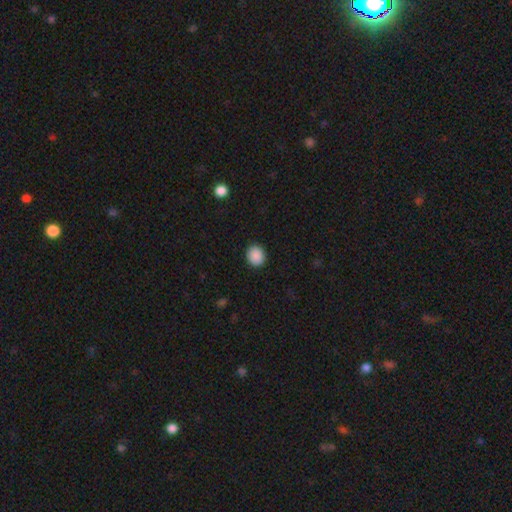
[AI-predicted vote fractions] smooth-or-featured: smooth: 90% | star or artifact: 8% | featured or disk: 2%
  how-rounded: round: 69% | in between: 30% | cigar-shaped: 1%
  merging: none: 90% | minor disturbance: 7% | major disturbance: 2% | merger: 1%